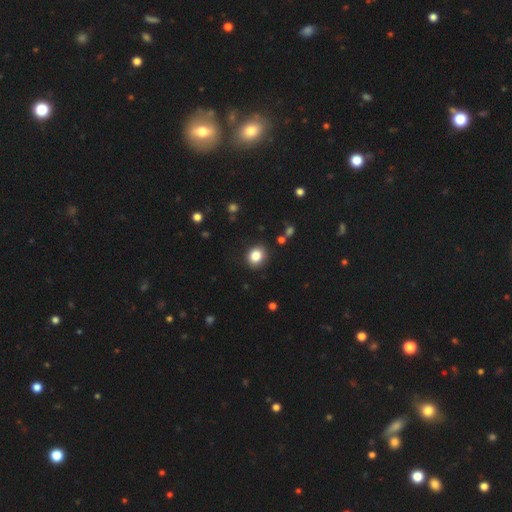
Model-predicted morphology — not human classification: The model was most divided on "how rounded": round: 66%, in between: 33%, cigar-shaped: 1%. More confident: merging — none (88%); smooth or featured — smooth (84%).